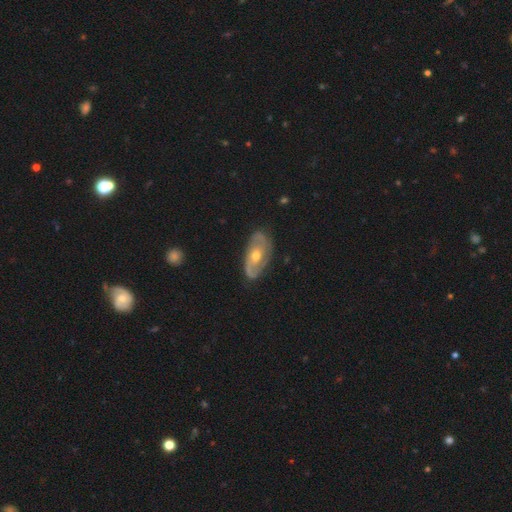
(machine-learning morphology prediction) Q: Smooth or featured?
A: featured or disk (76%); runner-up: smooth (18%)
Q: Edge-on disk?
A: no (91%); runner-up: yes (9%)
Q: Bar?
A: no (67%); runner-up: weak (26%)
Q: Spiral arms?
A: yes (83%); runner-up: no (17%)
Q: Spiral winding?
A: tight (44%); runner-up: medium (38%)
Q: Spiral arm count?
A: 2 (65%); runner-up: can't tell (20%)
Q: Bulge size?
A: moderate (71%); runner-up: small (24%)
Q: Merging?
A: none (77%); runner-up: minor disturbance (18%)